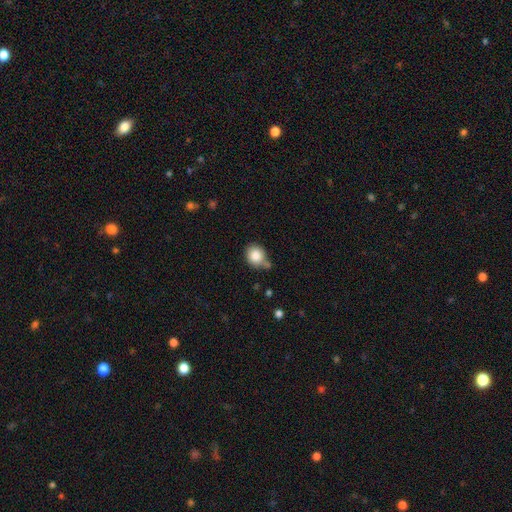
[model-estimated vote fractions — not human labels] Smooth or featured? Predicted: smooth (p=0.85). How rounded? Predicted: round (p=0.71). Merging? Predicted: none (p=0.64).